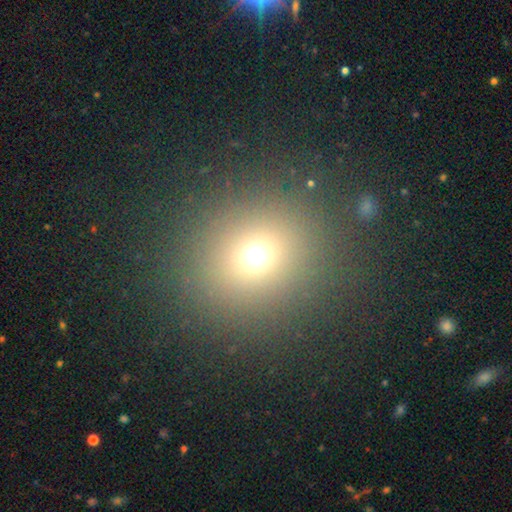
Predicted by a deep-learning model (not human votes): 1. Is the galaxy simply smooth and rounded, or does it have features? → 67% smooth, 25% star or artifact, 8% featured or disk.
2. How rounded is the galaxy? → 77% round, 22% in between, 1% cigar-shaped.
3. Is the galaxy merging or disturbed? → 84% none, 8% minor disturbance, 5% major disturbance, 3% merger.